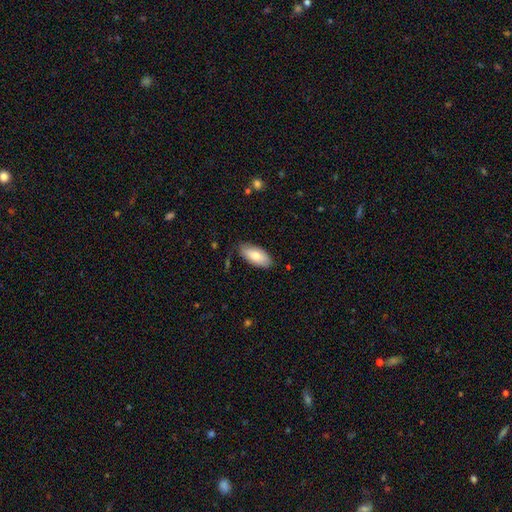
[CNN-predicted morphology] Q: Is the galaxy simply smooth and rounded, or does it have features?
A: smooth — 75%.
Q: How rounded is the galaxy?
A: in between — 90%.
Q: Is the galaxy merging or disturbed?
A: none — 82%.